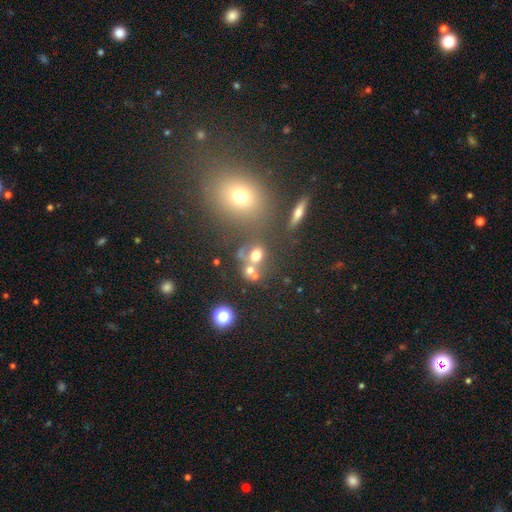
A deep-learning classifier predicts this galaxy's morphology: A smooth galaxy with no disk features (61%) that is round (65%). Merging: none (43%).